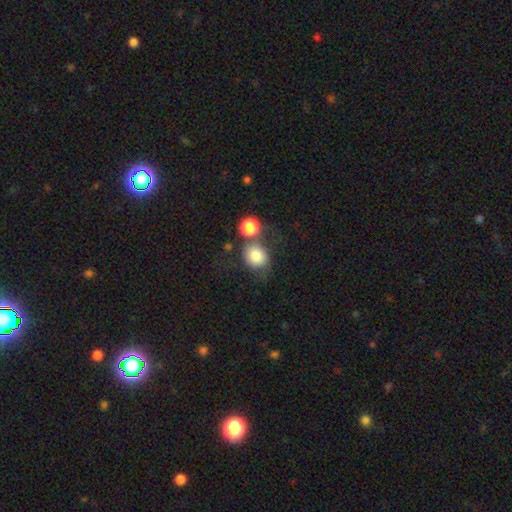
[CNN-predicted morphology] This appears to be a smooth galaxy with no disk features (81%) that is round (73%). Merging: none (51%).